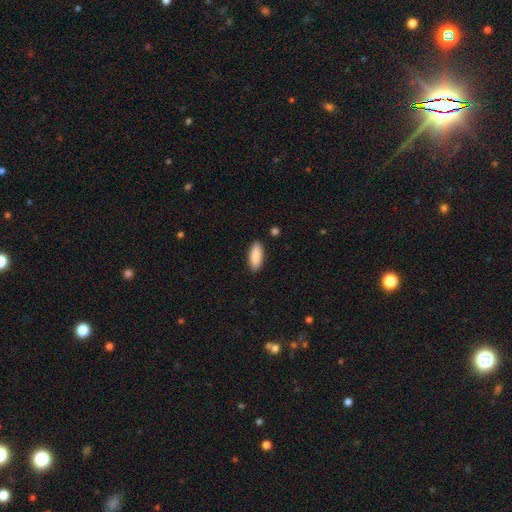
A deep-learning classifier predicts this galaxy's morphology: Smooth or featured: smooth — 90% (star or artifact — 6%)
How rounded: in between — 74% (cigar-shaped — 24%)
Merging: none — 89% (minor disturbance — 8%)